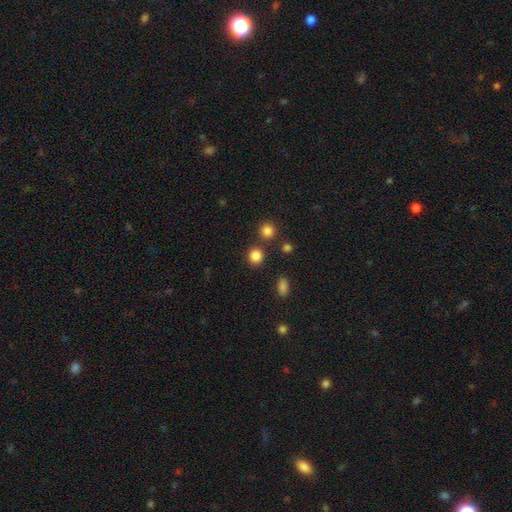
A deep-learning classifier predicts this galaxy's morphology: smooth 84%, star or artifact 12%, featured or disk 4%. Down the decision tree: how rounded — round (88%); merging — none (82%).